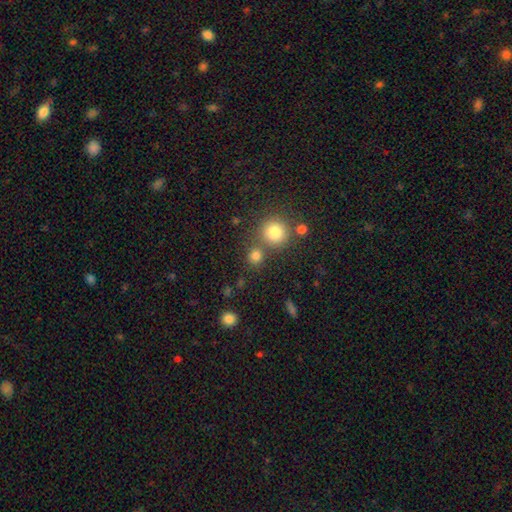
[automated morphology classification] A smooth galaxy with no disk features (80%) that is round (87%). Merging: none (67%).